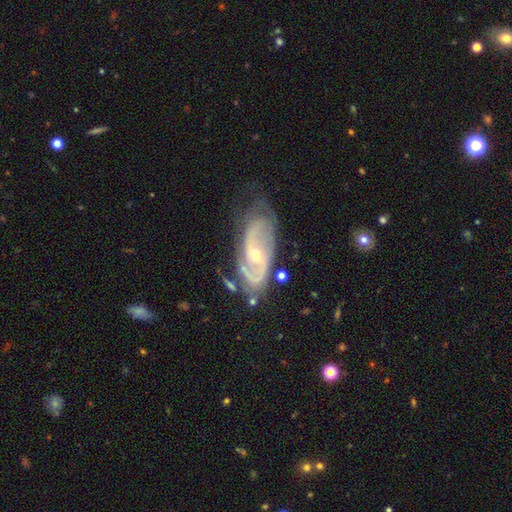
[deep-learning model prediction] This is clearly a featured or disk galaxy (86%). It is clearly not viewed edge-on (94%). Bar: possibly no (53%). Spiral arm pattern: clearly yes (93%). Spiral arm count: likely 2 (63%). Spiral winding: marginally medium (42%). Central bulge: possibly small (50%). Merging: possibly none (55%).